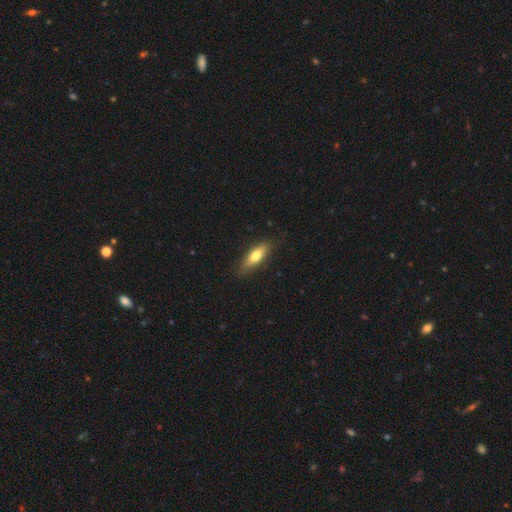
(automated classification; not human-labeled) A smooth galaxy with no disk features (67%) that is cigar-shaped (50%).

Vote fractions:
- Smooth or featured? smooth: 67% / featured or disk: 27% / star or artifact: 6%
- How rounded? cigar-shaped: 50% / in between: 47% / round: 2%
- Merging? none: 83% / minor disturbance: 14% / major disturbance: 3% / merger: 1%